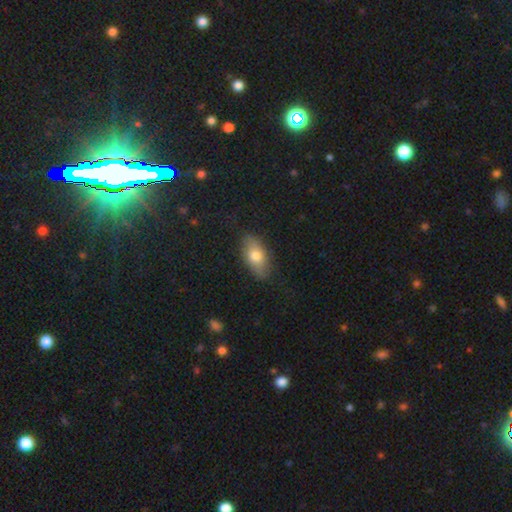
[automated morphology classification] This appears to be a smooth galaxy with no disk features (73%) that is in between round and cigar-shaped (88%). Merging: none (81%).